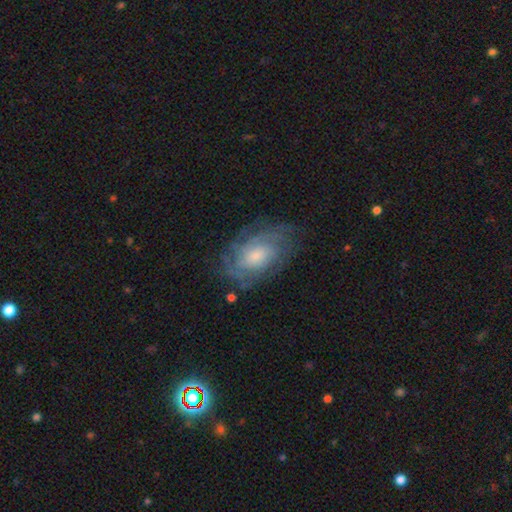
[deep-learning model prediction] Smooth or featured?
  - featured or disk: 73% *
  - smooth: 19%
  - star or artifact: 7%
Edge-on disk?
  - no: 96% *
  - yes: 4%
Bar?
  - no: 71% *
  - weak: 25%
  - strong: 4%
Spiral arms?
  - yes: 89% *
  - no: 11%
Spiral winding?
  - tight: 63% *
  - medium: 28%
  - loose: 9%
Spiral arm count?
  - can't tell: 52% *
  - 4: 13%
  - 2: 12%
  - 3: 11%
  - more than 4: 7%
  - 1: 5%
Bulge size?
  - small: 43% *
  - moderate: 40%
  - large: 11%
  - none: 4%
  - dominant: 2%
Merging?
  - none: 70% *
  - minor disturbance: 19%
  - major disturbance: 10%
  - merger: 1%